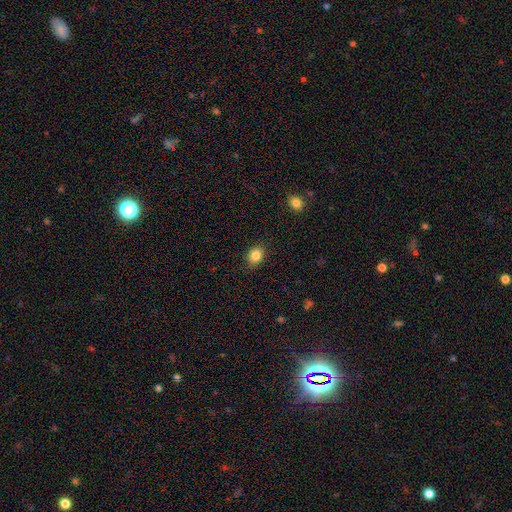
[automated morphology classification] Smooth or featured?
  - smooth: 84% *
  - star or artifact: 10%
  - featured or disk: 6%
How rounded?
  - round: 53% *
  - in between: 46%
  - cigar-shaped: 1%
Merging?
  - none: 87% *
  - minor disturbance: 9%
  - major disturbance: 2%
  - merger: 1%